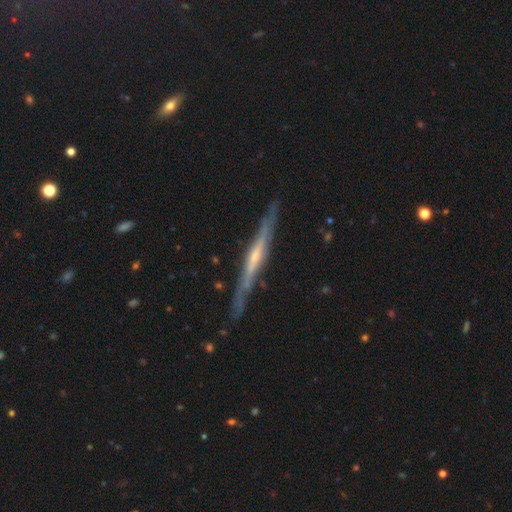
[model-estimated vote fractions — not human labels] Overall: featured or disk (81%). Edge-on disk: yes (96%). Edge-on bulge: rounded (59%; none 32%). Merging: none (83%).